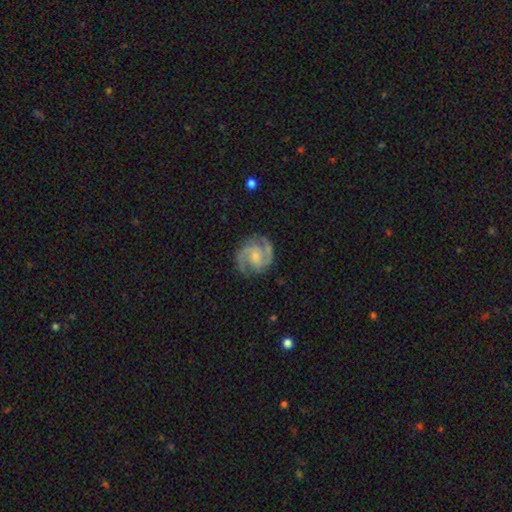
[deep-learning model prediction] Smooth or featured: featured or disk — 89% (smooth — 7%)
Edge-on disk: no — 98% (yes — 2%)
Bar: weak — 47% (no — 39%)
Spiral arms: yes — 98% (no — 2%)
Spiral winding: medium — 56% (tight — 32%)
Spiral arm count: 2 — 85% (3 — 7%)
Bulge size: small — 60% (moderate — 32%)
Merging: none — 81% (minor disturbance — 14%)